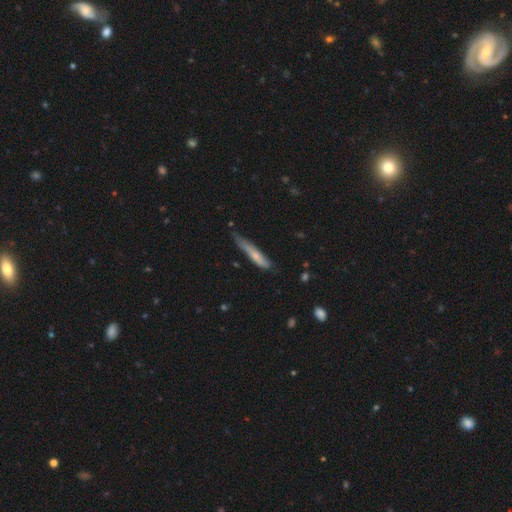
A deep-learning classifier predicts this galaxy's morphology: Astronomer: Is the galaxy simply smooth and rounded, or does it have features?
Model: smooth — 62%.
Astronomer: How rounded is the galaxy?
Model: cigar-shaped — 89%.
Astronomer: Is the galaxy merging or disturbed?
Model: none — 48% (runner-up: minor disturbance, 38%).